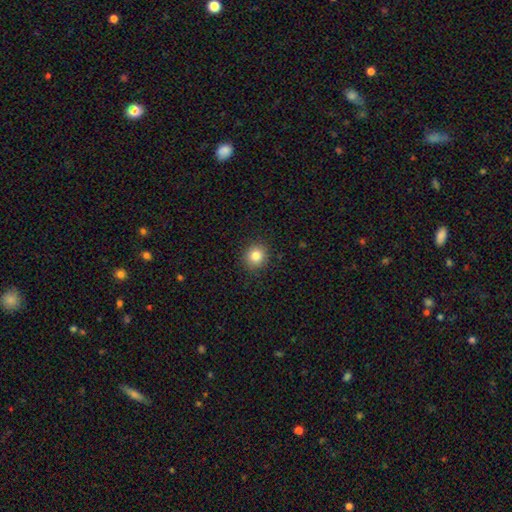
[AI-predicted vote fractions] This appears to be a smooth galaxy with no disk features (83%) that is round (88%). Merging: none (90%).